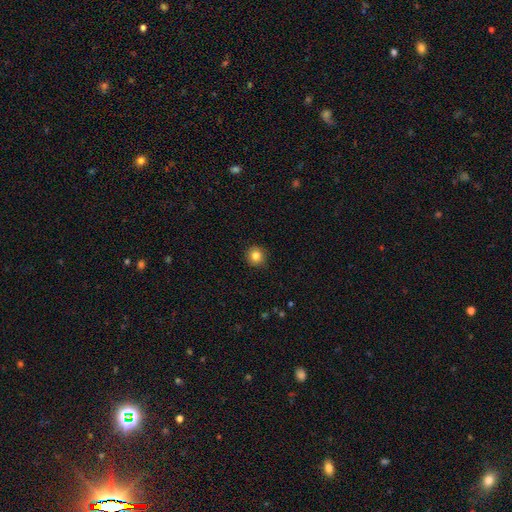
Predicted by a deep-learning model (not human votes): smooth_or_featured: smooth (p=0.83) [alt: star or artifact p=0.11]
how_rounded: round (p=0.94) [alt: in between p=0.05]
merging: none (p=0.91) [alt: minor disturbance p=0.06]